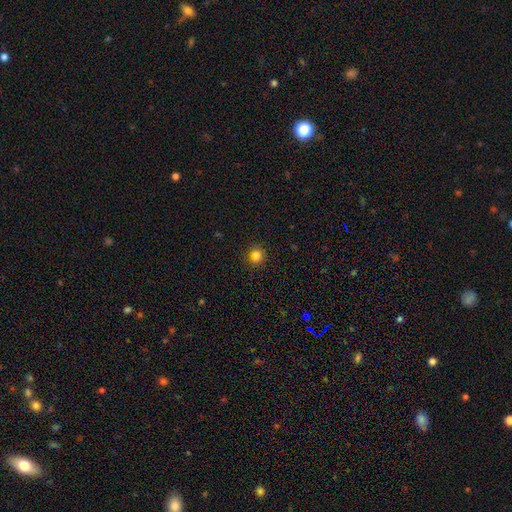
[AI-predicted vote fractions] Q: Smooth or featured?
A: smooth (83%); runner-up: star or artifact (13%)
Q: How rounded?
A: round (79%); runner-up: in between (20%)
Q: Merging?
A: none (89%); runner-up: minor disturbance (8%)